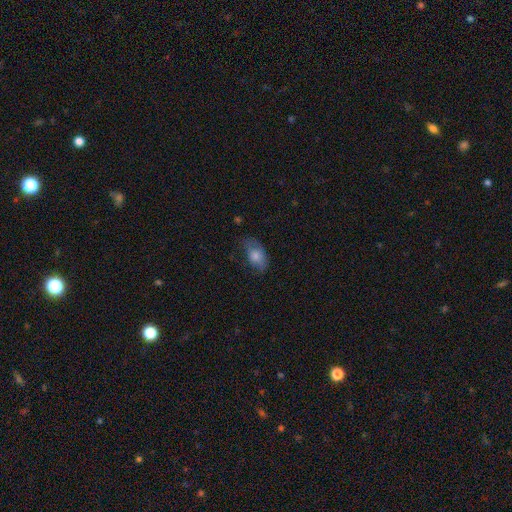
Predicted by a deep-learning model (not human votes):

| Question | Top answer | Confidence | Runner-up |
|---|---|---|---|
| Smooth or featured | smooth | 74% | featured or disk (18%) |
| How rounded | in between | 89% | round (8%) |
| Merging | none | 52% | minor disturbance (31%) |